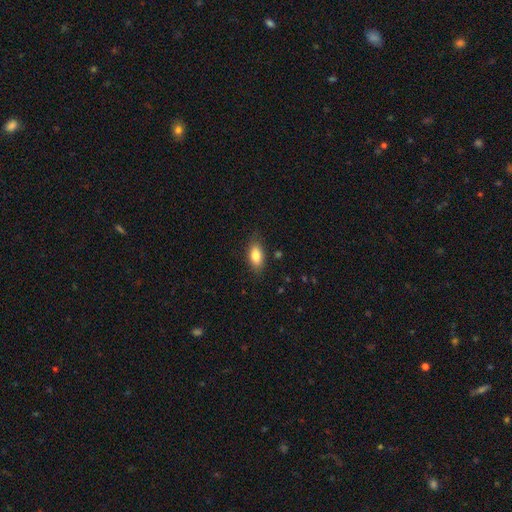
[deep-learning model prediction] smooth 82%, featured or disk 10%, star or artifact 7%. Down the decision tree: how rounded — in between (88%); merging — none (83%).